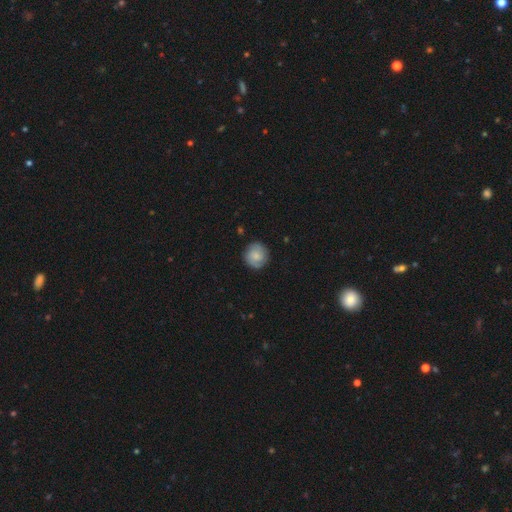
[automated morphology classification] Smooth or featured: smooth — 53% (featured or disk — 39%)
How rounded: round — 89% (in between — 10%)
Merging: none — 84% (minor disturbance — 12%)